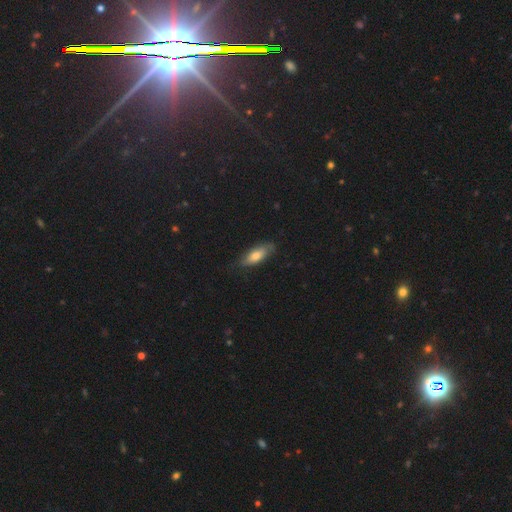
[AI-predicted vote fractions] Morphology: type=smooth (69%); roundness=in between (74%); merging=none (73%).